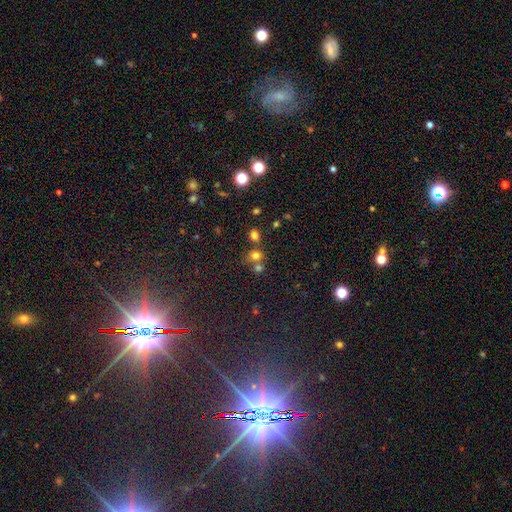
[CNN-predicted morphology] A smooth galaxy with no disk features (72%) that is round (68%). Merging: none (50%).